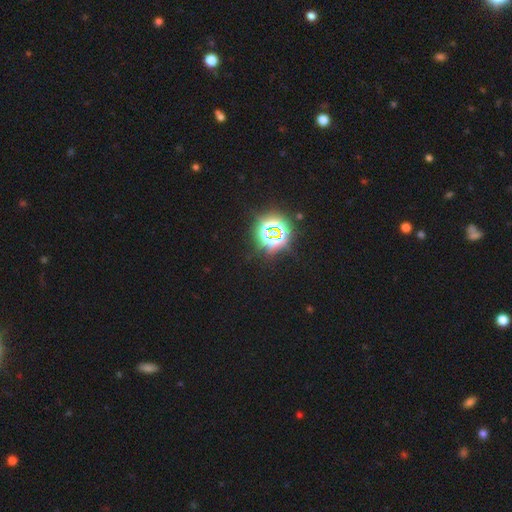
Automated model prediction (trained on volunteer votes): Morphology: type=star or artifact (82%).